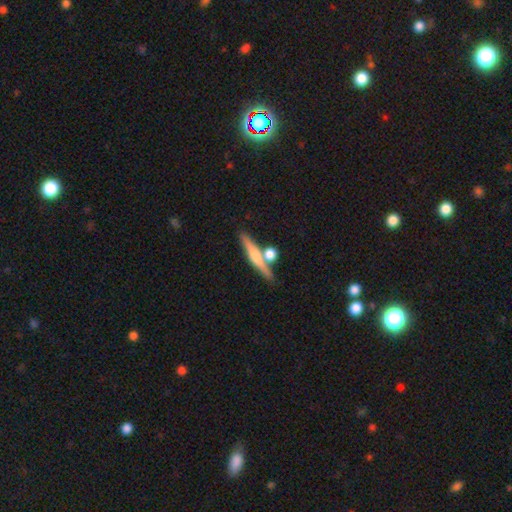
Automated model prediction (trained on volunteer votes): smooth_or_featured: featured or disk (p=0.52) [alt: smooth p=0.41]
disk_edge_on: yes (p=0.93) [alt: no p=0.07]
merging: none (p=0.64) [alt: merger p=0.23]